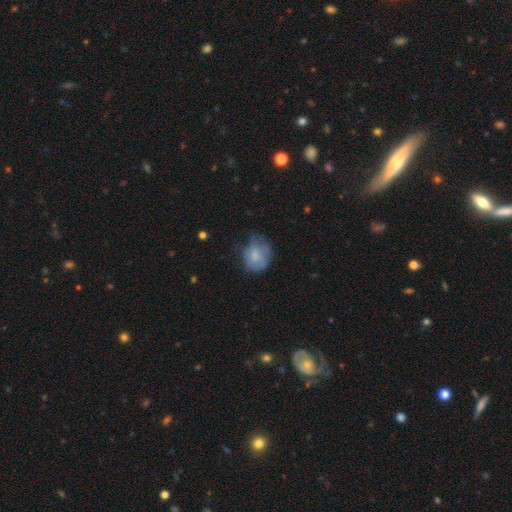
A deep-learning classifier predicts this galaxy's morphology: Smooth or featured: smooth — 72% (featured or disk — 20%)
How rounded: round — 69% (in between — 30%)
Merging: none — 46% (minor disturbance — 35%)